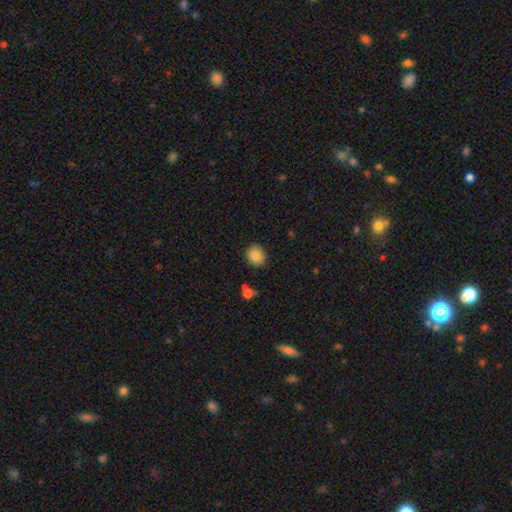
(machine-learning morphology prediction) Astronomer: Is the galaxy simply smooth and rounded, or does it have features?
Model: smooth — 86%.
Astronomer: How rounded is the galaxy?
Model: round — 77%.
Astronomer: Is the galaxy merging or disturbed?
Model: none — 88%.